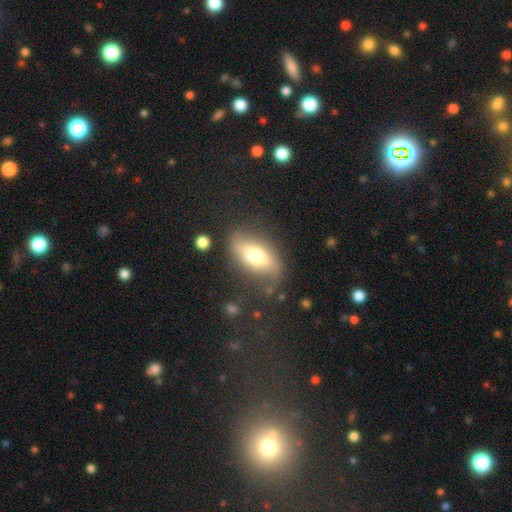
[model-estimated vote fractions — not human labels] This appears to be a smooth galaxy with no disk features (54%) that is in between round and cigar-shaped (82%). Merging: none (64%).